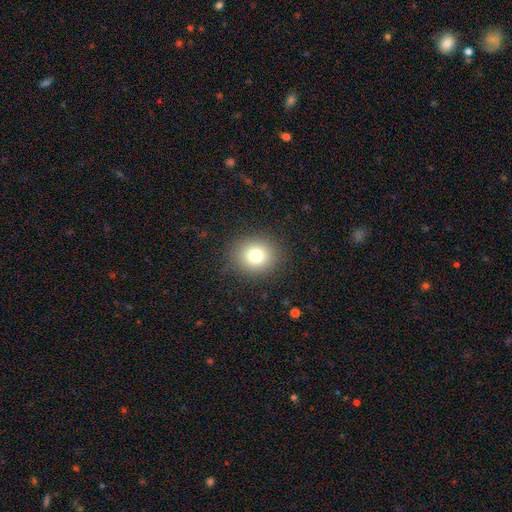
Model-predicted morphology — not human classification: Q: Smooth or featured?
A: smooth (78%); runner-up: star or artifact (12%)
Q: How rounded?
A: round (77%); runner-up: in between (22%)
Q: Merging?
A: none (87%); runner-up: minor disturbance (8%)